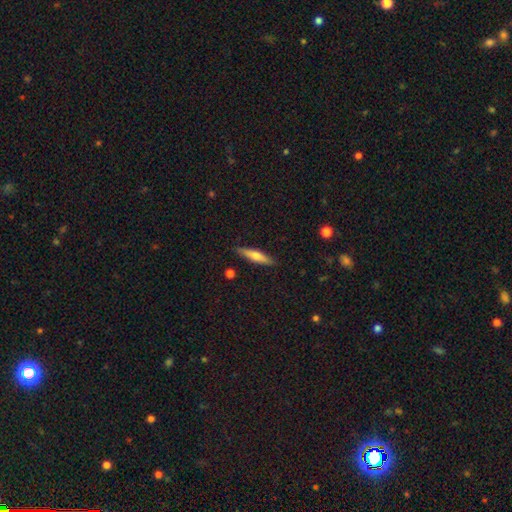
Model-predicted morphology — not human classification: Smooth or featured? smooth (58%)
How rounded? cigar-shaped (82%)
Merging? none (87%)